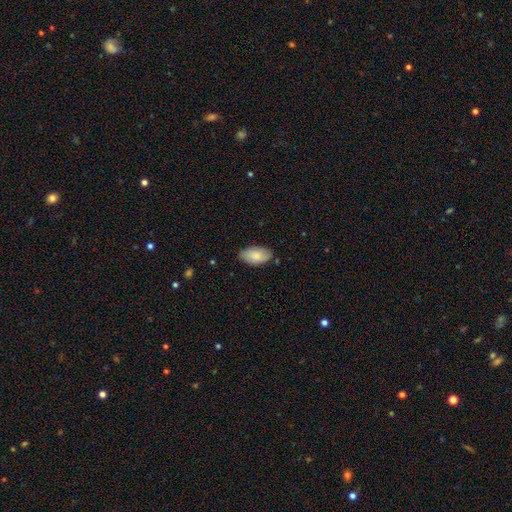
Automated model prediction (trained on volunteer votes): smooth-or-featured: smooth: 82% | featured or disk: 12% | star or artifact: 6%
  how-rounded: in between: 95% | round: 3% | cigar-shaped: 2%
  merging: none: 82% | minor disturbance: 15% | major disturbance: 2% | merger: 1%